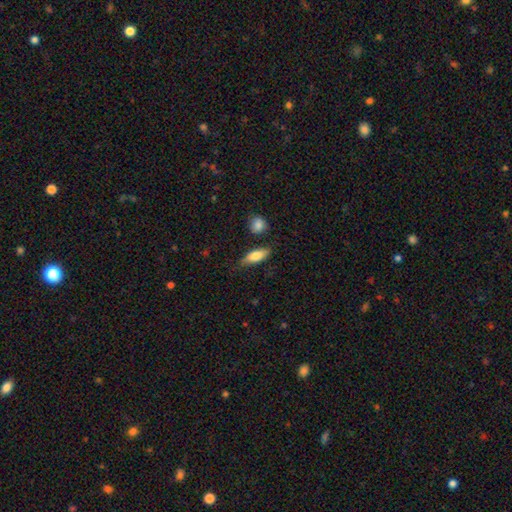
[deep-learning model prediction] Smooth or featured? smooth (75%)
How rounded? in between (68%)
Merging? none (74%)